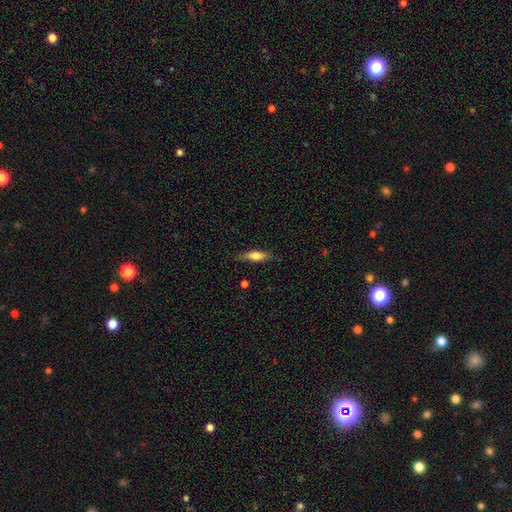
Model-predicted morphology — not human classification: smooth_or_featured: smooth (p=0.68) [alt: featured or disk p=0.25]
how_rounded: cigar-shaped (p=0.55) [alt: in between p=0.43]
merging: none (p=0.80) [alt: minor disturbance p=0.15]